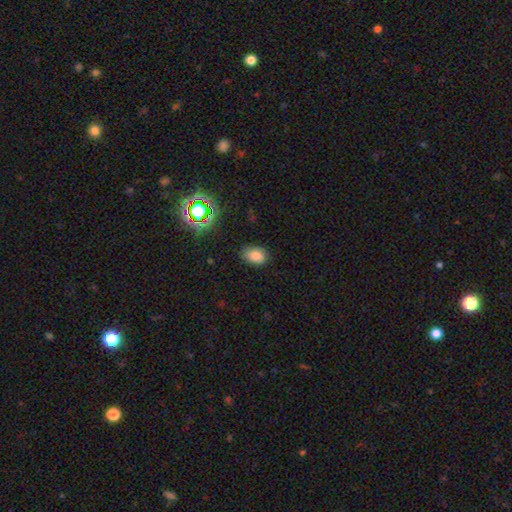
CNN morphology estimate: Smooth or featured: smooth — 81% (star or artifact — 14%)
How rounded: in between — 83% (round — 16%)
Merging: none — 79% (minor disturbance — 16%)